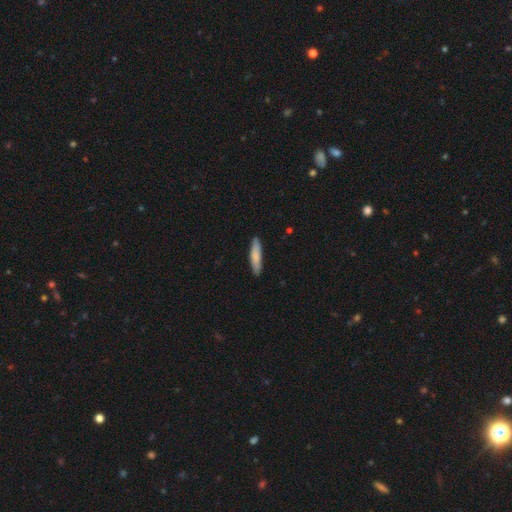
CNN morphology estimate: type=smooth (80%); roundness=cigar-shaped (82%); merging=none (87%).